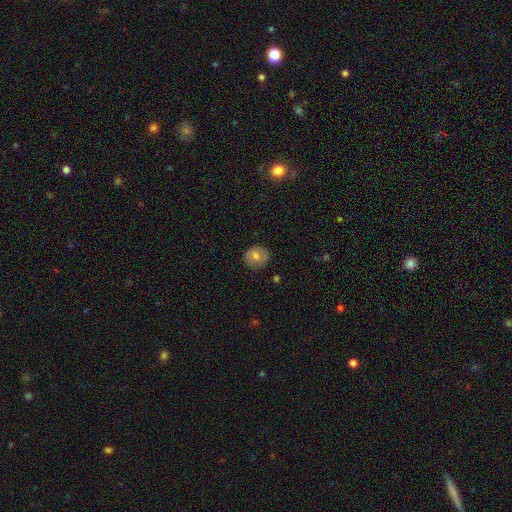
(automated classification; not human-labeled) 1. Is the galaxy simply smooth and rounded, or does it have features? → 68% smooth, 22% featured or disk, 10% star or artifact.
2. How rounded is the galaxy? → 76% round, 23% in between, 1% cigar-shaped.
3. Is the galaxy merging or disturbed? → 83% none, 13% minor disturbance, 3% major disturbance, 1% merger.